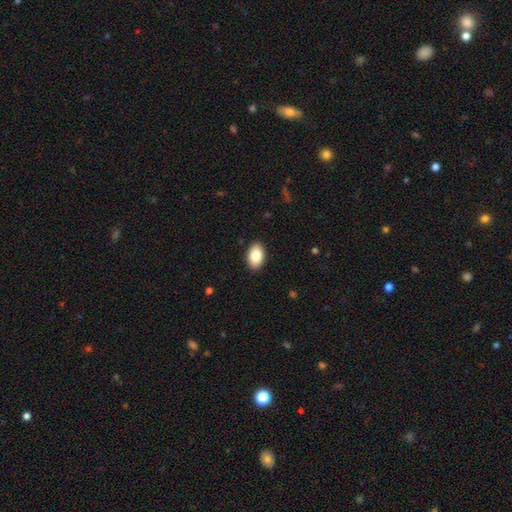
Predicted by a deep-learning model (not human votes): smooth-or-featured: smooth: 84% | featured or disk: 9% | star or artifact: 7%
  how-rounded: in between: 92% | round: 6% | cigar-shaped: 1%
  merging: none: 90% | minor disturbance: 7% | major disturbance: 2% | merger: 1%